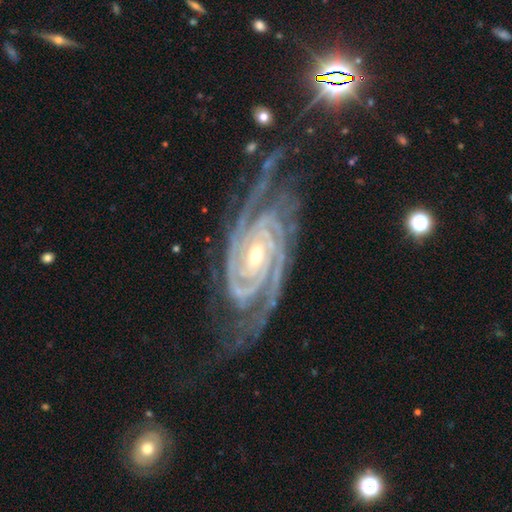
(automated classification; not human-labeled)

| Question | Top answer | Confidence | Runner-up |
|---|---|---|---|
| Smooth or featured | featured or disk | 93% | star or artifact (5%) |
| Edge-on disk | no | 97% | yes (3%) |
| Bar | no | 49% | weak (29%) |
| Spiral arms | yes | 99% | no (1%) |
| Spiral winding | tight | 75% | medium (22%) |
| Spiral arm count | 2 | 30% | 3 (28%) |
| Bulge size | small | 56% | moderate (41%) |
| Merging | none | 66% | minor disturbance (21%) |